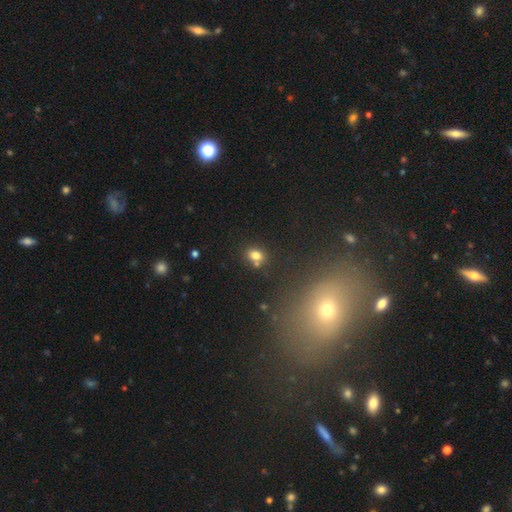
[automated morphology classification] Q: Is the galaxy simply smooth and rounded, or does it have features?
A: smooth — 77%.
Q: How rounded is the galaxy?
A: in between — 57%.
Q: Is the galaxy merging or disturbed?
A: none — 64%.